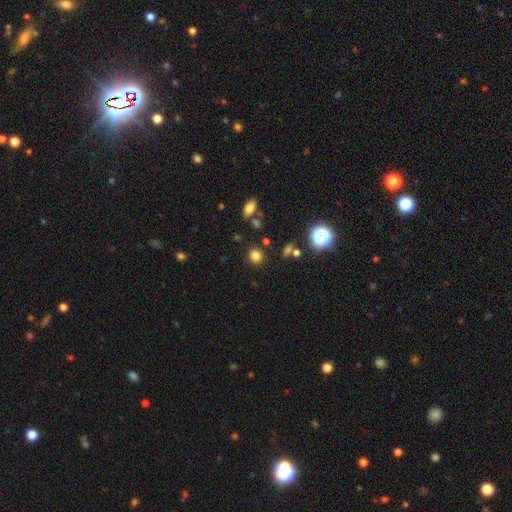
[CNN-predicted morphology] type=smooth (79%); roundness=round (84%); merging=none (86%).